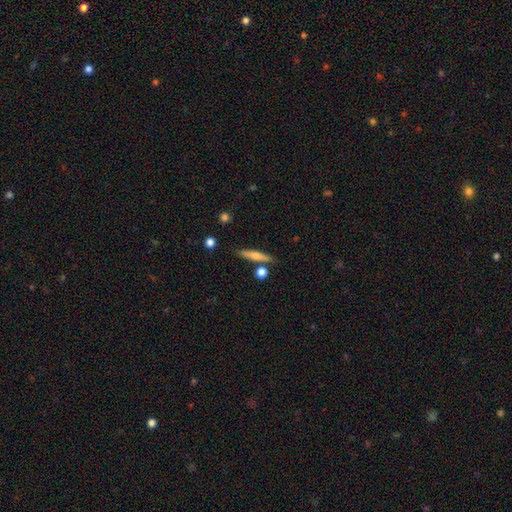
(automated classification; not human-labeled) A smooth galaxy with no disk features (56%) that is cigar-shaped (87%). Merging: none (79%).